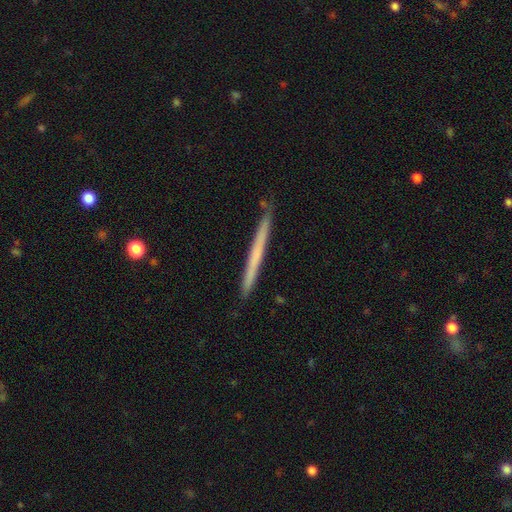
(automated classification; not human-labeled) Overall: smooth (48%; featured or disk 46%). Merging: none (90%).